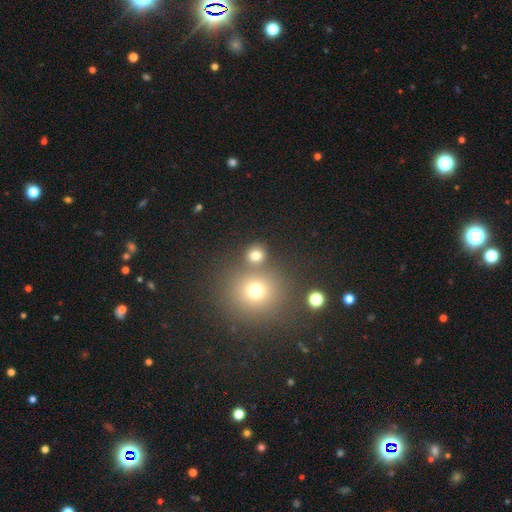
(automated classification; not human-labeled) Q: Smooth or featured?
A: smooth (75%); runner-up: star or artifact (17%)
Q: How rounded?
A: round (85%); runner-up: in between (14%)
Q: Merging?
A: none (71%); runner-up: merger (18%)